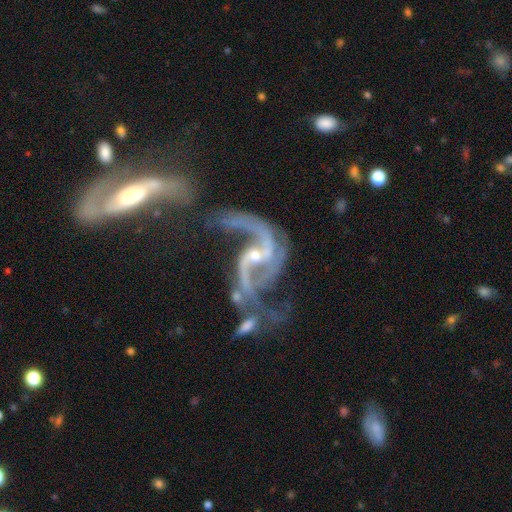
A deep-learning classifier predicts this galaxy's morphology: A featured or disk galaxy (91%) with a weak bar (39%), 2 (84%) loose (61%) spiral arms (96%) and a small central bulge (66%). Merging: merger (41%).